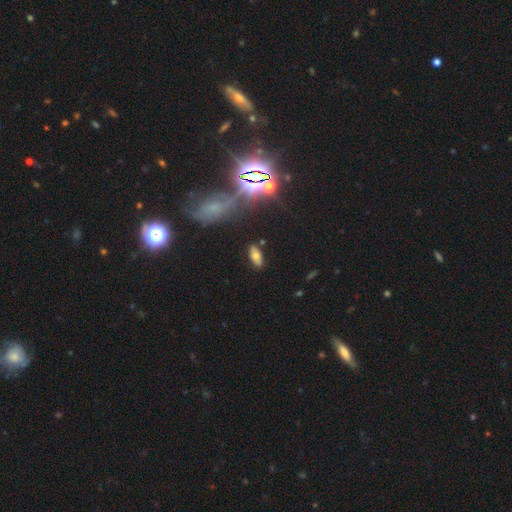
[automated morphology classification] smooth-or-featured: smooth: 63% | featured or disk: 22% | star or artifact: 15%
  how-rounded: in between: 87% | cigar-shaped: 9% | round: 5%
  merging: none: 81% | minor disturbance: 12% | major disturbance: 3% | merger: 3%